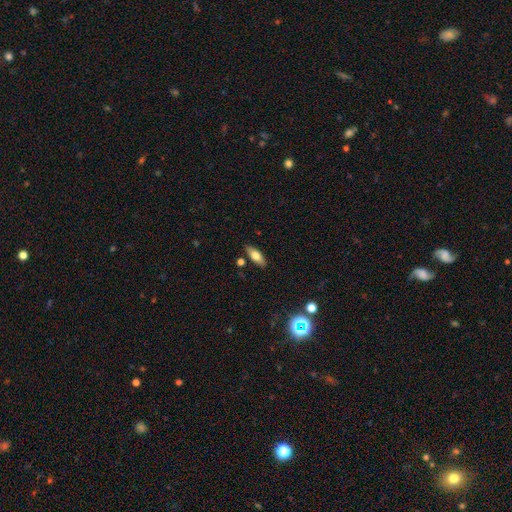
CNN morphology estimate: Smooth or featured: smooth — 68% (featured or disk — 24%)
How rounded: in between — 72% (cigar-shaped — 25%)
Merging: none — 85% (minor disturbance — 10%)